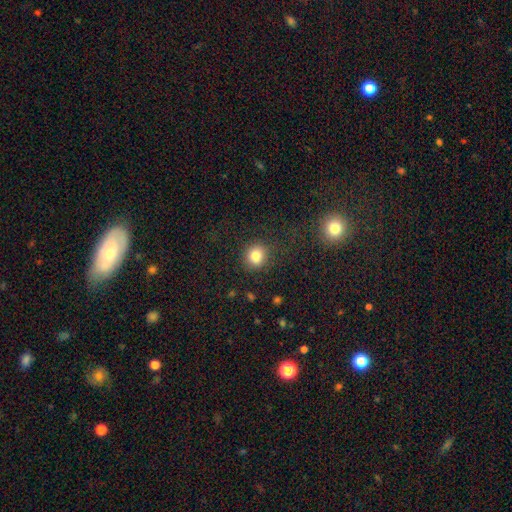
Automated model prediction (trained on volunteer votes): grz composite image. It shows a smooth galaxy with no disk features (82%) that is round (82%). Merging: none (82%).